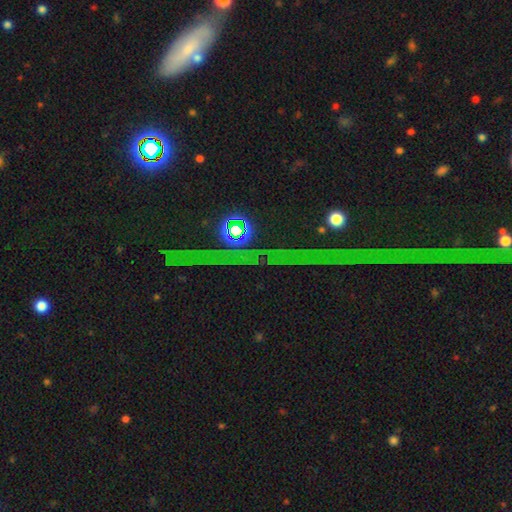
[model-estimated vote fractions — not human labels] A star or artifact, not a galaxy (78%).

Vote fractions:
- Smooth or featured? star or artifact: 78% / featured or disk: 13% / smooth: 9%